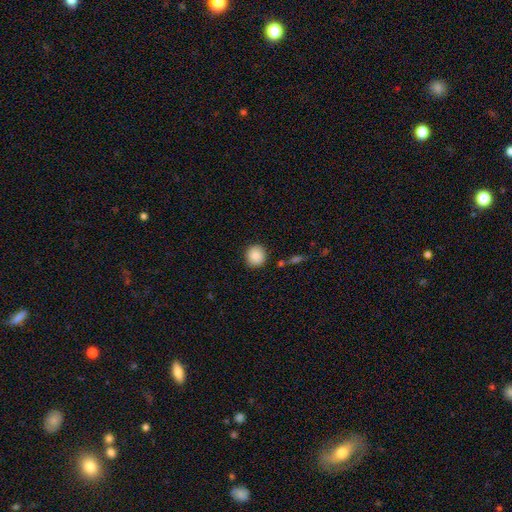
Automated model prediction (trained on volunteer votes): Q: Smooth or featured?
A: smooth (88%); runner-up: star or artifact (8%)
Q: How rounded?
A: round (90%); runner-up: in between (9%)
Q: Merging?
A: none (89%); runner-up: minor disturbance (7%)